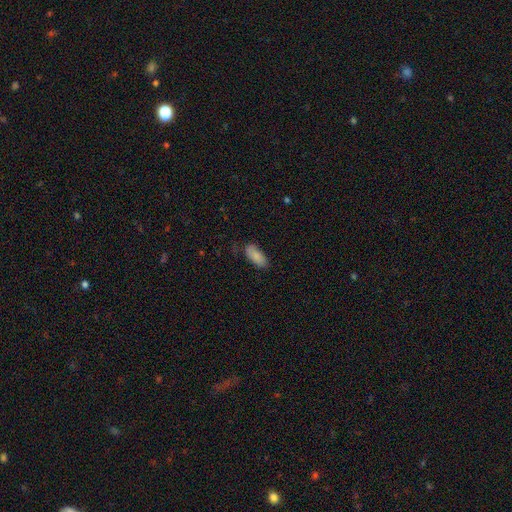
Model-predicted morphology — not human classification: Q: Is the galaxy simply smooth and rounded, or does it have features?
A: smooth — 85%.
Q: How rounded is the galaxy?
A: in between — 87%.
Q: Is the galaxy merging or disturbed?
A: none — 72%.